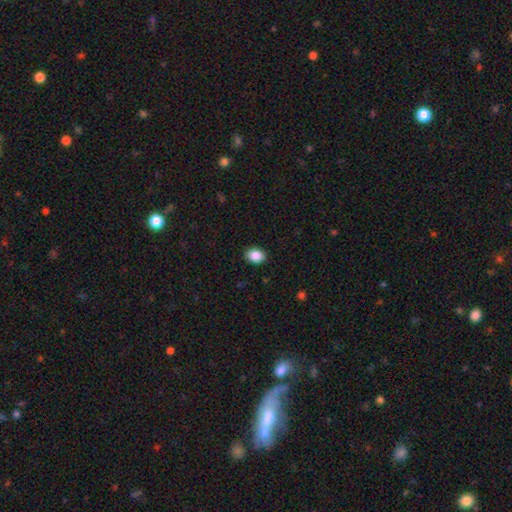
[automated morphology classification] The model was most divided on "how rounded": in between: 65%, round: 34%, cigar-shaped: 1%. More confident: merging — none (90%); smooth or featured — smooth (88%).